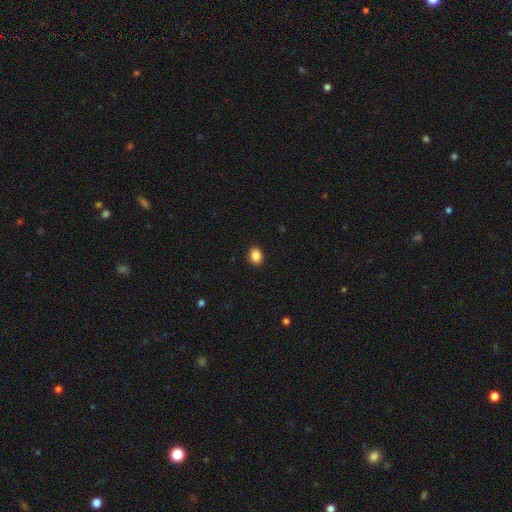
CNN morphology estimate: A smooth galaxy with no disk features (88%) that is round (56%). Merging: none (91%).